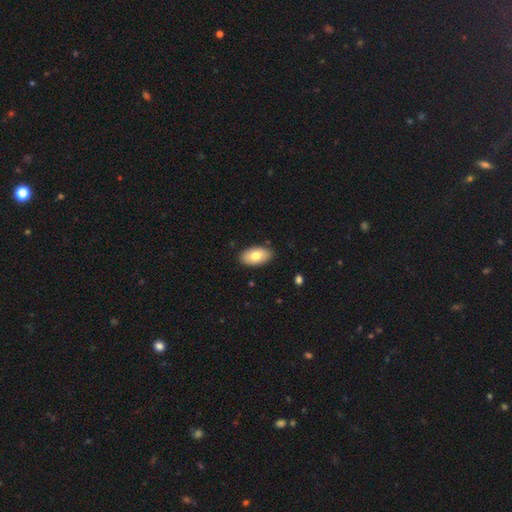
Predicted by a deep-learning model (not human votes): Smooth or featured?
  - smooth: 76% *
  - featured or disk: 18%
  - star or artifact: 6%
How rounded?
  - in between: 94% *
  - round: 4%
  - cigar-shaped: 2%
Merging?
  - none: 87% *
  - minor disturbance: 10%
  - major disturbance: 2%
  - merger: 1%